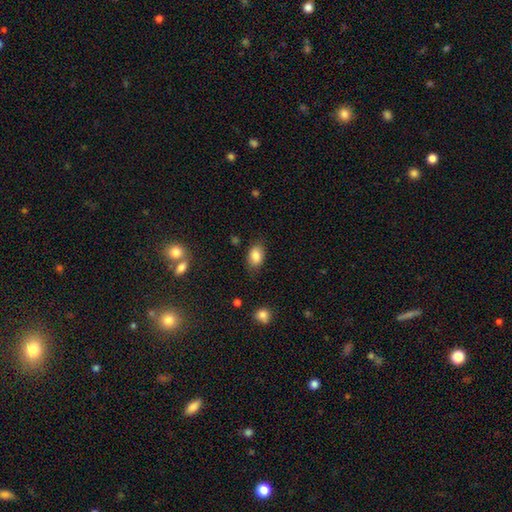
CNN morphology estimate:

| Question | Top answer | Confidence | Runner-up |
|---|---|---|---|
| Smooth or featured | smooth | 84% | star or artifact (9%) |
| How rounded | in between | 84% | round (14%) |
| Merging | none | 78% | minor disturbance (16%) |